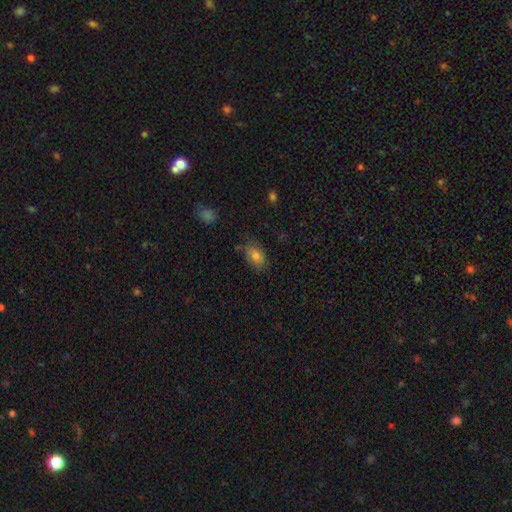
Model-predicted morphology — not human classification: The model was most divided on "merging": none: 68%, minor disturbance: 24%, major disturbance: 5%, merger: 3%. More confident: how rounded — in between (83%); smooth or featured — smooth (78%).